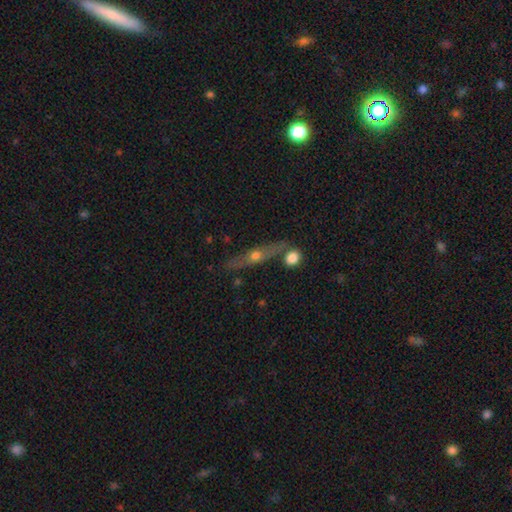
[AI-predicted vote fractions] A featured or disk galaxy (60%) viewed edge-on (86%) with a rounded central bulge (90%). Merging: none (73%).